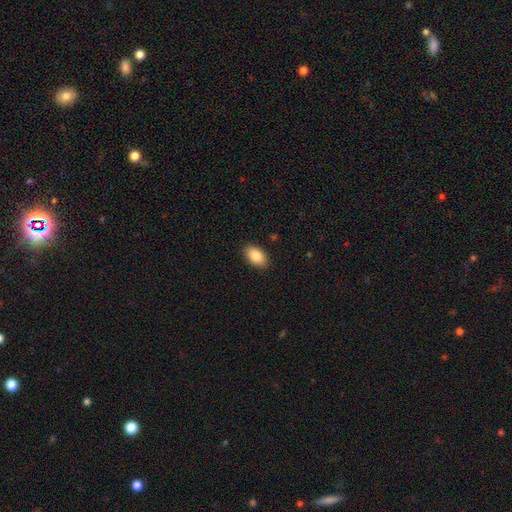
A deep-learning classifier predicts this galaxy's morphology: Q: Smooth or featured?
A: smooth (88%); runner-up: star or artifact (7%)
Q: How rounded?
A: in between (92%); runner-up: round (6%)
Q: Merging?
A: none (89%); runner-up: minor disturbance (8%)